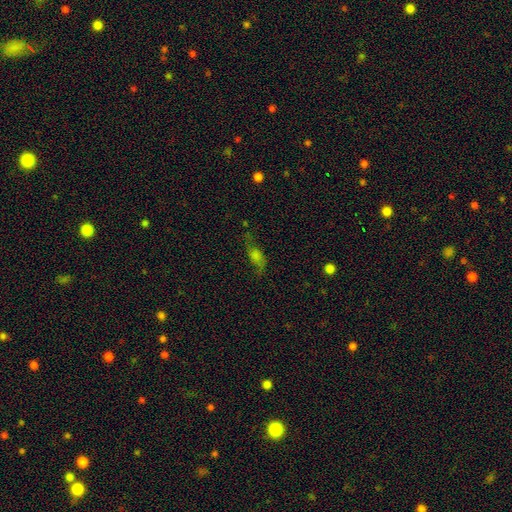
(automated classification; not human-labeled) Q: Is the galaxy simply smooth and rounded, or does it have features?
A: smooth — 42%.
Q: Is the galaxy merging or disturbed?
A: none — 56%.